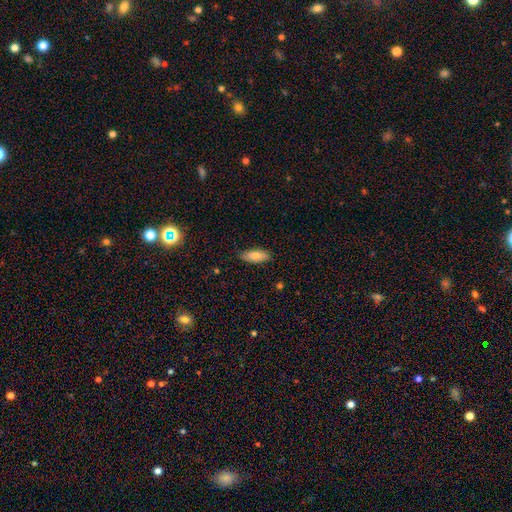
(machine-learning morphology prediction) This is likely a smooth galaxy (80%). How rounded: likely in between (75%). Merging: clearly none (86%).